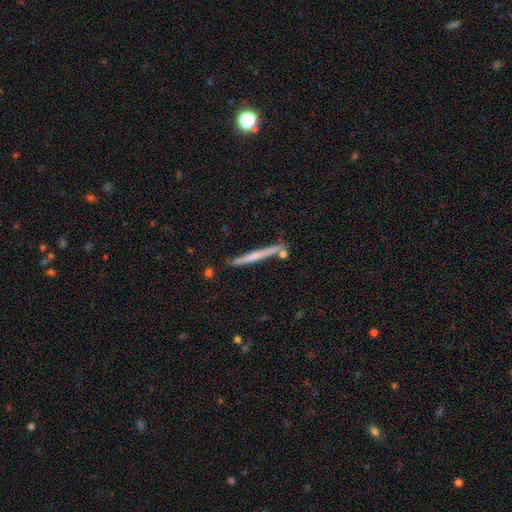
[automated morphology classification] Overall: smooth (47%, tied with featured or disk). Merging: none (82%).